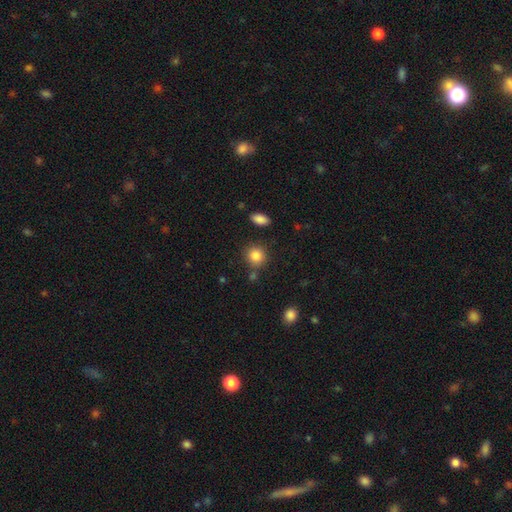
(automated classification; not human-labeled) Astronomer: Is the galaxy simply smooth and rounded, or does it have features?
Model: smooth — 86%.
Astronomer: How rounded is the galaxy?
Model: round — 84%.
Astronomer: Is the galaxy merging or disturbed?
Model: none — 78%.